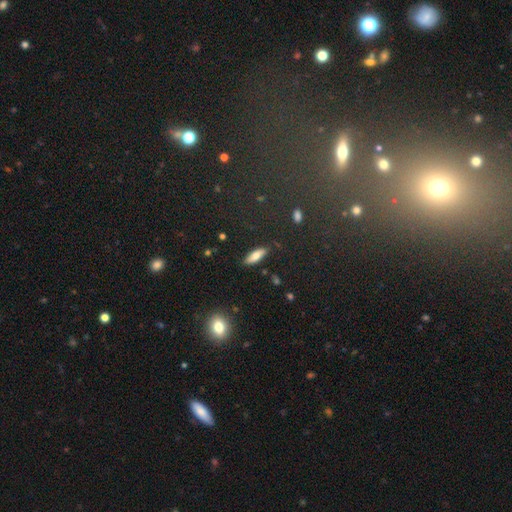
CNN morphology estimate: Smooth or featured: smooth — 73% (featured or disk — 19%)
How rounded: in between — 58% (cigar-shaped — 40%)
Merging: none — 85% (minor disturbance — 11%)